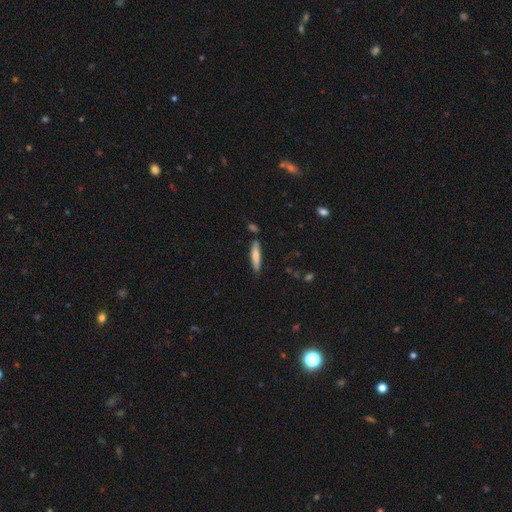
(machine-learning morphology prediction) A smooth galaxy with no disk features (72%) that is cigar-shaped (86%).

Vote fractions:
- Smooth or featured? smooth: 72% / featured or disk: 22% / star or artifact: 6%
- How rounded? cigar-shaped: 86% / in between: 13% / round: 1%
- Merging? none: 82% / minor disturbance: 11% / merger: 4% / major disturbance: 2%